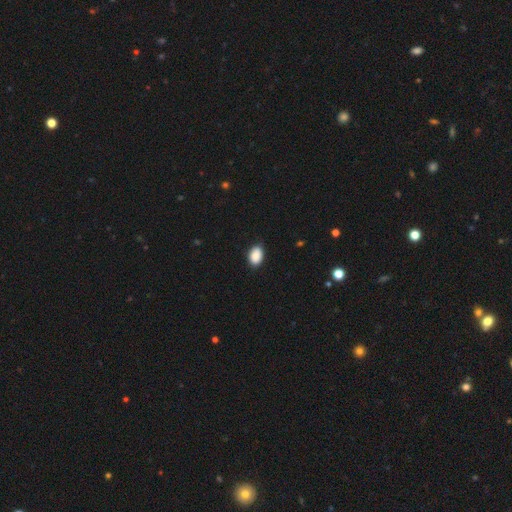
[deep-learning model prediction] A smooth galaxy with no disk features (90%) that is in between round and cigar-shaped (86%).

Vote fractions:
- Smooth or featured? smooth: 90% / star or artifact: 7% / featured or disk: 3%
- How rounded? in between: 86% / round: 13% / cigar-shaped: 1%
- Merging? none: 83% / minor disturbance: 14% / major disturbance: 2% / merger: 1%